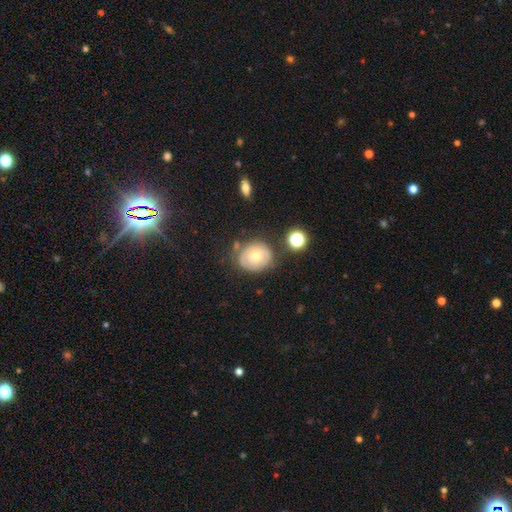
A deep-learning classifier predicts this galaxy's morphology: Smooth or featured: smooth — 55% (featured or disk — 36%)
How rounded: round — 72% (in between — 27%)
Merging: none — 65% (minor disturbance — 21%)